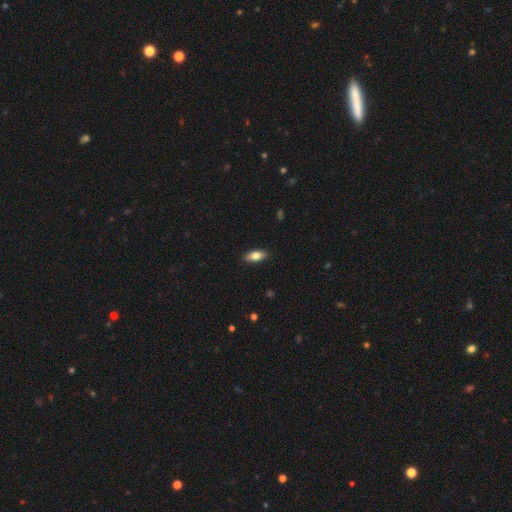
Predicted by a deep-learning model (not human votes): smooth_or_featured: smooth (p=0.75) [alt: featured or disk p=0.18]
how_rounded: in between (p=0.83) [alt: cigar-shaped p=0.13]
merging: none (p=0.89) [alt: minor disturbance p=0.08]